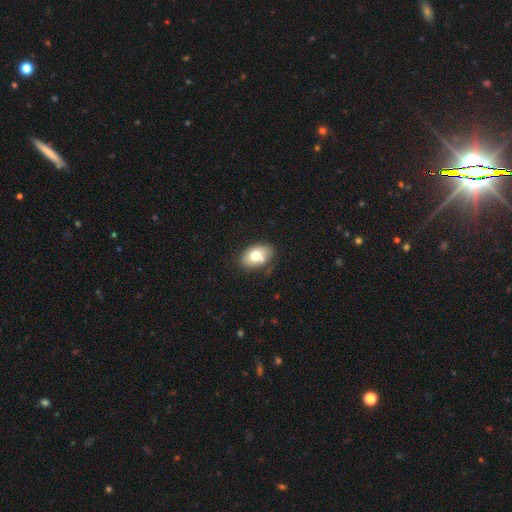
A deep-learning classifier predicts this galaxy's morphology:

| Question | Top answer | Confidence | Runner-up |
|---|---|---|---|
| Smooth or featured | smooth | 72% | featured or disk (19%) |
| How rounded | in between | 83% | round (16%) |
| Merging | none | 72% | minor disturbance (17%) |